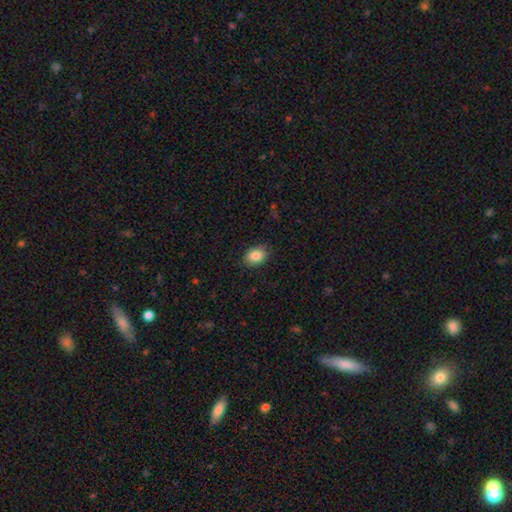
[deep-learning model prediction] This is clearly a smooth galaxy (87%). How rounded: likely in between (75%). Merging: clearly none (87%).